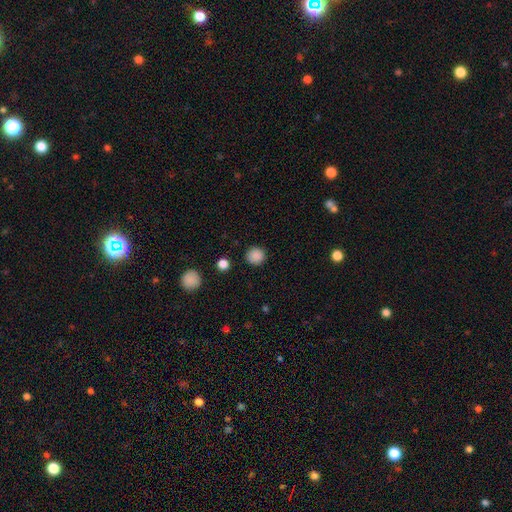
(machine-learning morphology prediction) Q: Smooth or featured?
A: smooth (87%); runner-up: star or artifact (10%)
Q: How rounded?
A: round (93%); runner-up: in between (6%)
Q: Merging?
A: none (89%); runner-up: minor disturbance (7%)